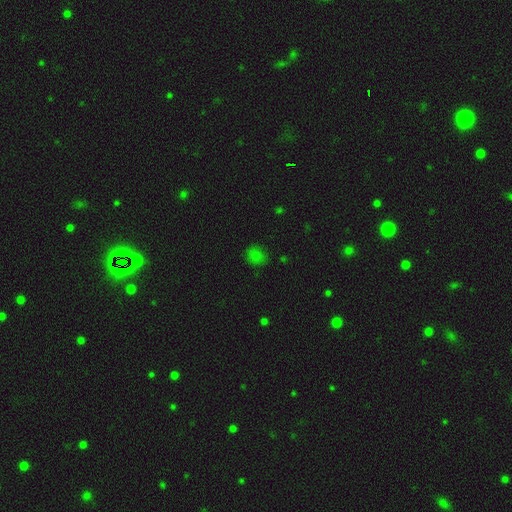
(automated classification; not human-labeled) Smooth or featured? Predicted: smooth (p=0.74). How rounded? Predicted: round (p=0.73). Merging? Predicted: none (p=0.79).